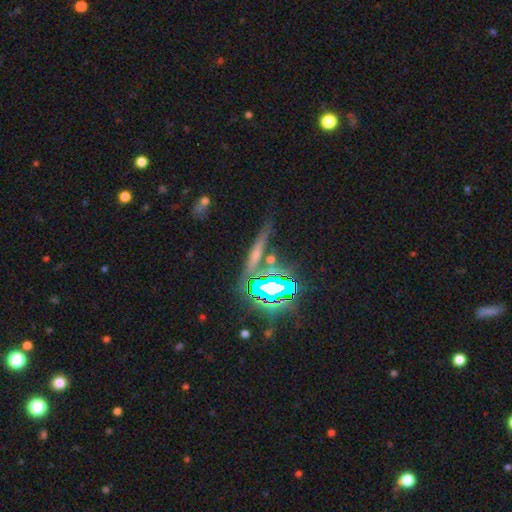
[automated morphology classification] Overall: star or artifact (74%).